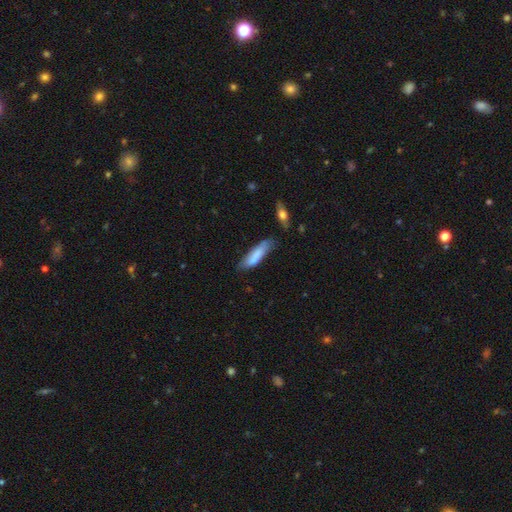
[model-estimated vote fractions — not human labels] smooth 75%, featured or disk 19%, star or artifact 6%. Down the decision tree: how rounded — cigar-shaped (63%); merging — none (55%).